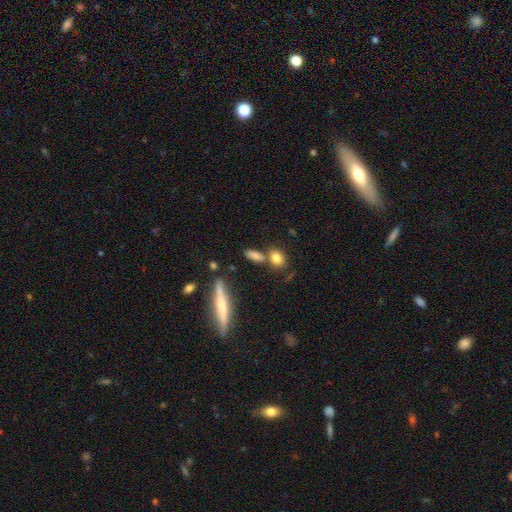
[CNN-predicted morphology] Smooth or featured? smooth (72%)
How rounded? in between (50%)
Merging? none (64%)